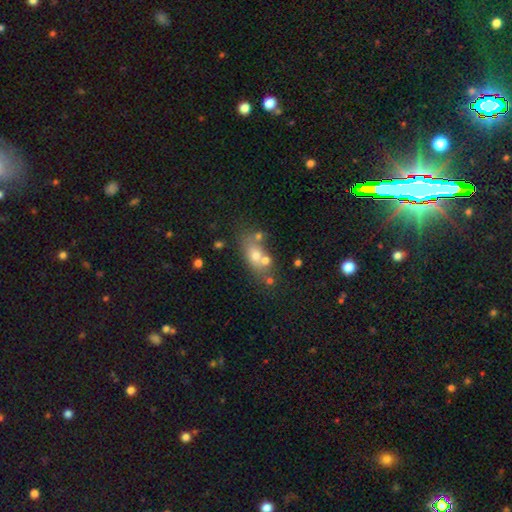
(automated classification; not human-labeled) Q: Smooth or featured?
A: smooth (61%); runner-up: featured or disk (25%)
Q: How rounded?
A: in between (65%); runner-up: round (26%)
Q: Merging?
A: none (46%); runner-up: merger (33%)